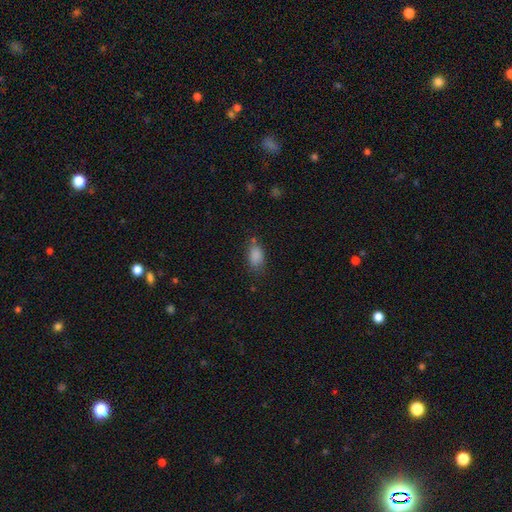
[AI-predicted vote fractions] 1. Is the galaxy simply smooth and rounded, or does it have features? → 85% smooth, 10% star or artifact, 6% featured or disk.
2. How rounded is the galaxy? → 88% in between, 9% round, 3% cigar-shaped.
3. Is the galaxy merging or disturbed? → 62% none, 25% minor disturbance, 8% major disturbance, 5% merger.